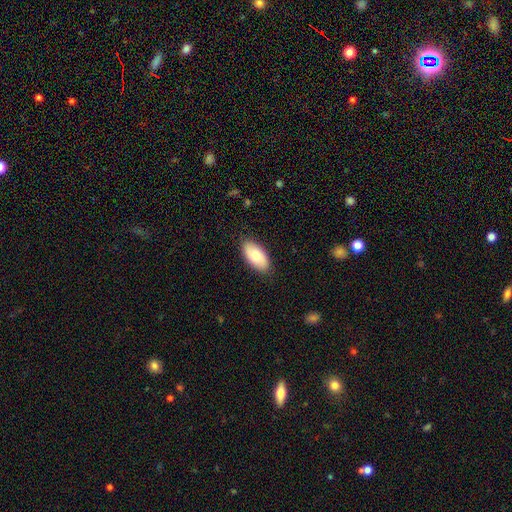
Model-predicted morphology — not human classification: A smooth galaxy with no disk features (77%) that is in between round and cigar-shaped (94%). Merging: none (86%).